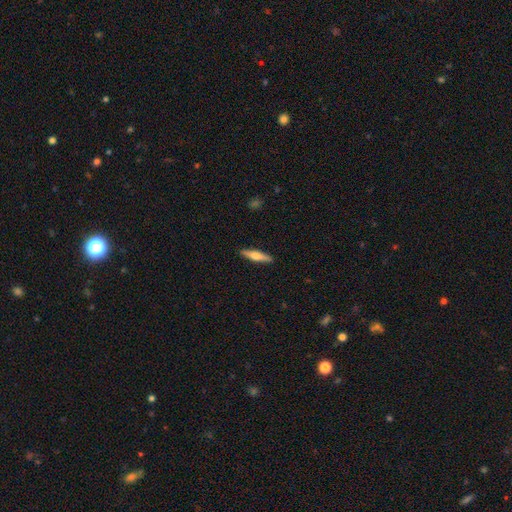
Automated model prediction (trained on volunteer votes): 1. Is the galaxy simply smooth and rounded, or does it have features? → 49% smooth, 45% featured or disk, 5% star or artifact.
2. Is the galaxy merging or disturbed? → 90% none, 7% minor disturbance, 2% major disturbance, 1% merger.